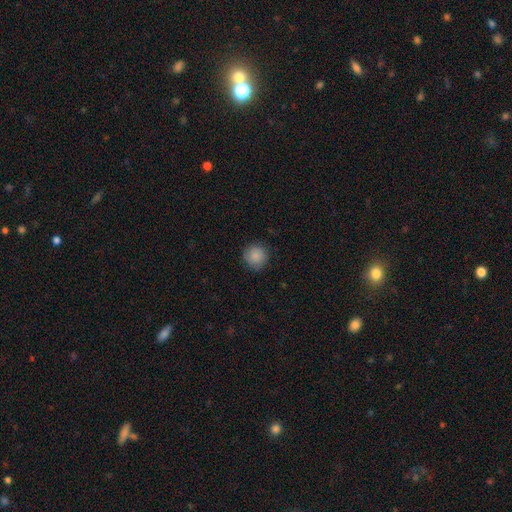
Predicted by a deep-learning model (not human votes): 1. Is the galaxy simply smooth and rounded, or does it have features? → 87% smooth, 8% star or artifact, 5% featured or disk.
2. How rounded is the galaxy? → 94% round, 5% in between, 1% cigar-shaped.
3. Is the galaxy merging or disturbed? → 86% none, 10% minor disturbance, 3% major disturbance, 1% merger.